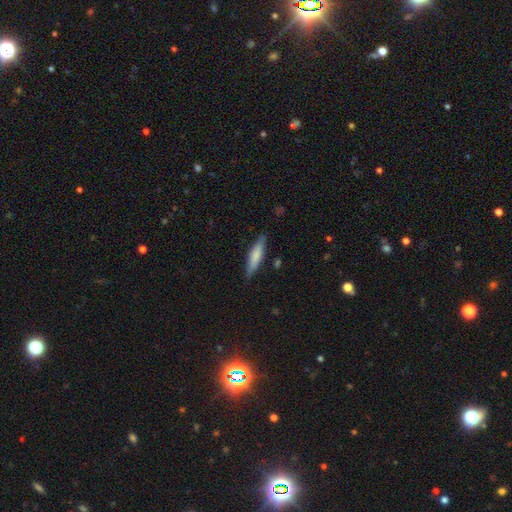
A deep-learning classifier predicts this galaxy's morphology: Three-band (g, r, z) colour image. It shows a smooth galaxy with no disk features (70%) that is cigar-shaped (80%). Merging: none (83%).